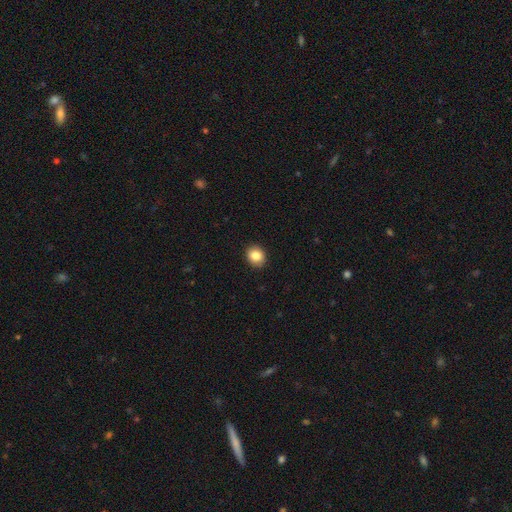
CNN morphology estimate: A smooth galaxy with no disk features (84%) that is round (72%).

Vote fractions:
- Smooth or featured? smooth: 84% / star or artifact: 9% / featured or disk: 6%
- How rounded? round: 72% / in between: 27% / cigar-shaped: 1%
- Merging? none: 91% / minor disturbance: 7% / major disturbance: 2% / merger: 1%